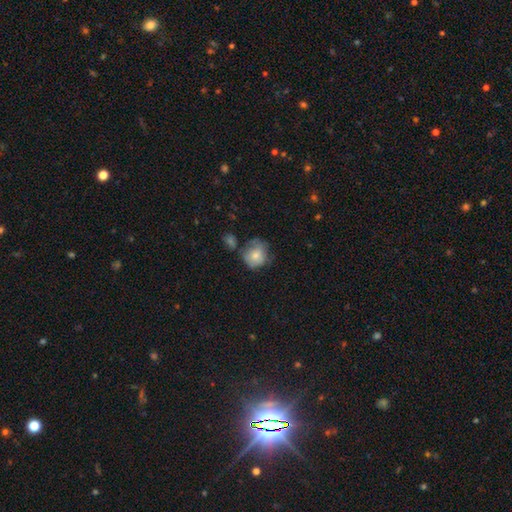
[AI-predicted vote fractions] Smooth or featured? Predicted: smooth (p=0.72). How rounded? Predicted: round (p=0.71). Merging? Predicted: none (p=0.46).